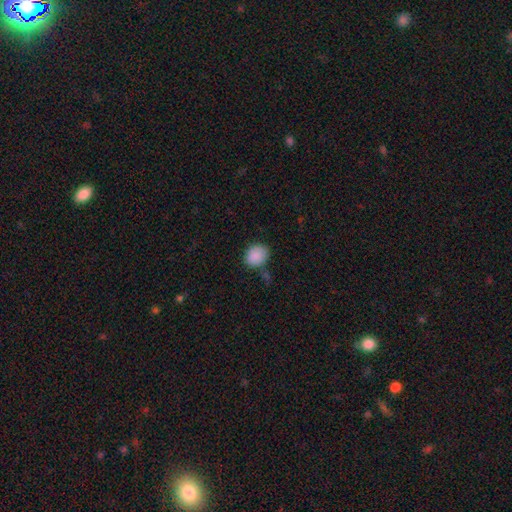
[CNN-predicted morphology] Smooth or featured? Predicted: smooth (p=0.88). How rounded? Predicted: round (p=0.56). Merging? Predicted: none (p=0.70).